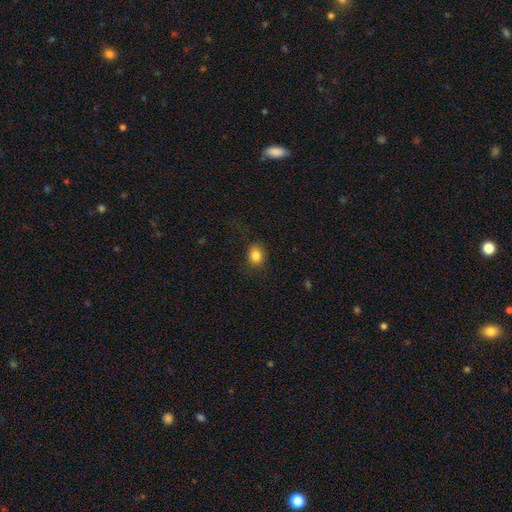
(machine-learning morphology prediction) type=smooth (84%); roundness=round (57%); merging=none (84%).